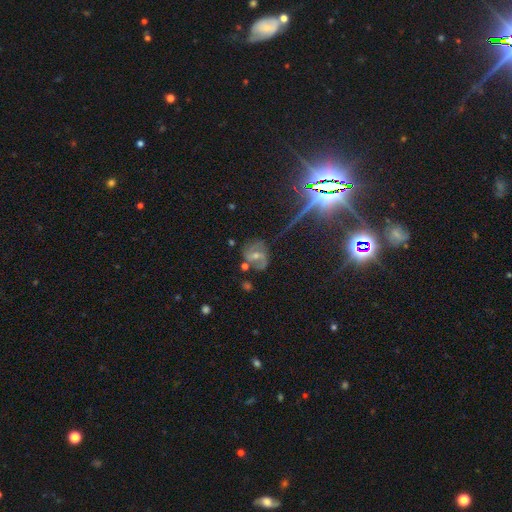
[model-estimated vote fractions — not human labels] This appears to be a featured or disk galaxy (60%) with a weak bar (41%), spiral arms (81%) and a small central bulge (49%). Merging: none (67%).